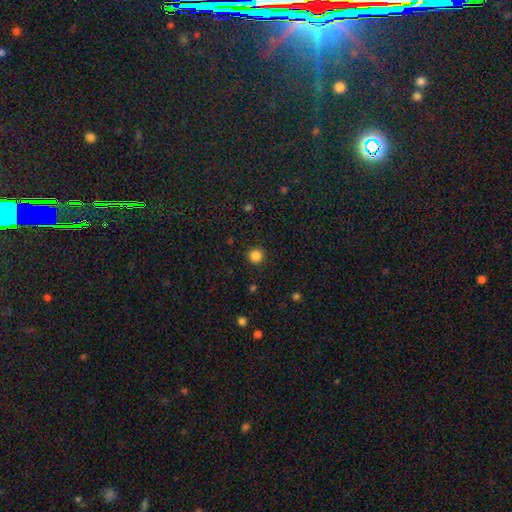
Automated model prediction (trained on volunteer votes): Q: Smooth or featured?
A: smooth (86%); runner-up: star or artifact (11%)
Q: How rounded?
A: round (95%); runner-up: in between (4%)
Q: Merging?
A: none (93%); runner-up: minor disturbance (5%)